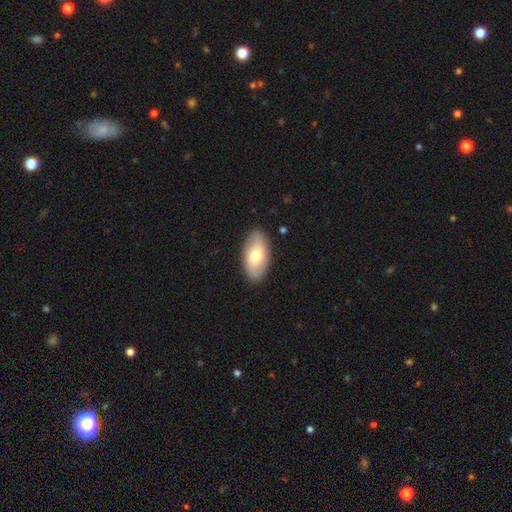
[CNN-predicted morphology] type=smooth (65%); roundness=in between (94%); merging=none (87%).